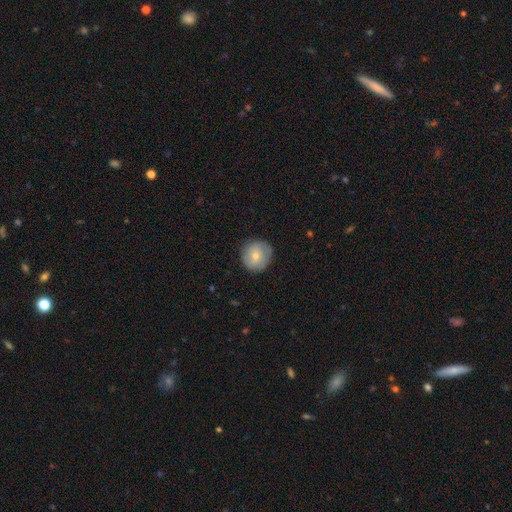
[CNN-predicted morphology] smooth-or-featured: smooth: 65% | featured or disk: 27% | star or artifact: 7%
  how-rounded: round: 93% | in between: 6% | cigar-shaped: 1%
  merging: none: 83% | minor disturbance: 13% | major disturbance: 3% | merger: 1%